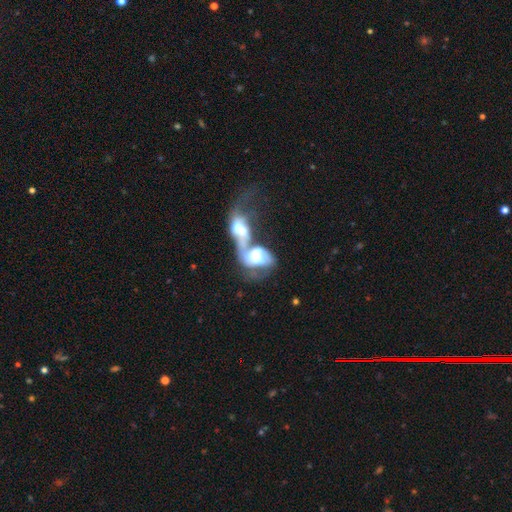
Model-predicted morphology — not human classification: type=featured or disk (66%); edge-on=no (96%); bar=no (59%); spiral arms=yes (75%); bulge=moderate (43%); merging=merger (81%).